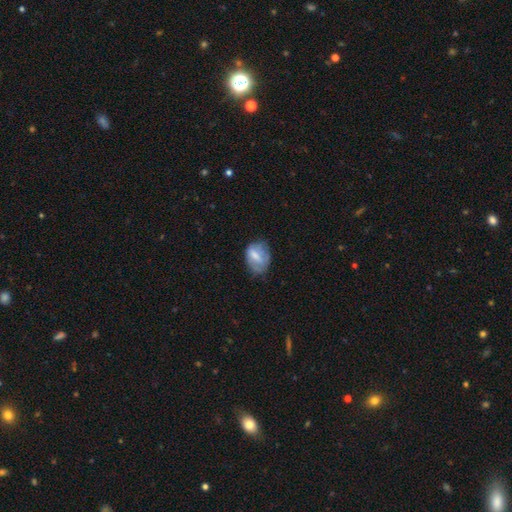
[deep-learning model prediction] Overall: smooth (61%; featured or disk 31%). How rounded: in between (77%). Merging: none (51%; minor disturbance 33%).